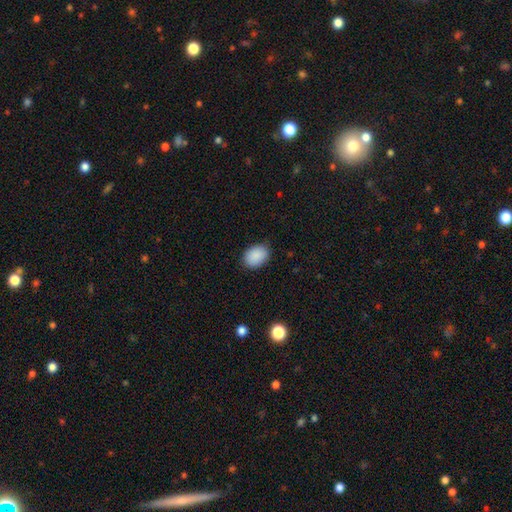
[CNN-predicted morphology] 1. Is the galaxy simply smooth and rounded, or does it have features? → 90% smooth, 7% star or artifact, 3% featured or disk.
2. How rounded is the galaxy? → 74% in between, 25% round, 1% cigar-shaped.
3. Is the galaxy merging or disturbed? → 84% none, 12% minor disturbance, 2% major disturbance, 1% merger.